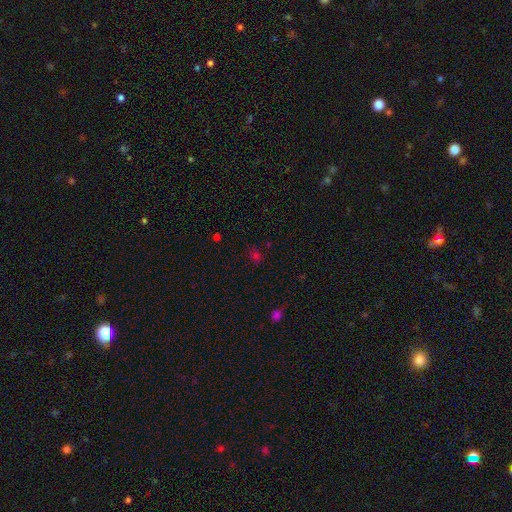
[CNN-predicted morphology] The model was most divided on "smooth or featured": smooth: 60%, star or artifact: 33%, featured or disk: 7%. More confident: merging — none (78%); how rounded — round (64%).